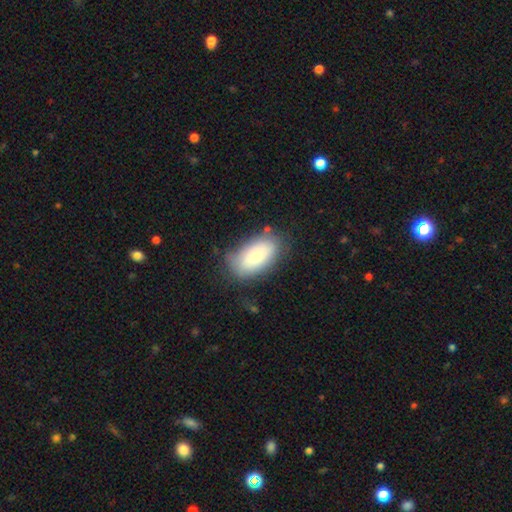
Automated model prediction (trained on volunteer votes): The model was most divided on "merging": none: 73%, minor disturbance: 19%, major disturbance: 5%, merger: 2%. More confident: how rounded — in between (94%); smooth or featured — smooth (80%).